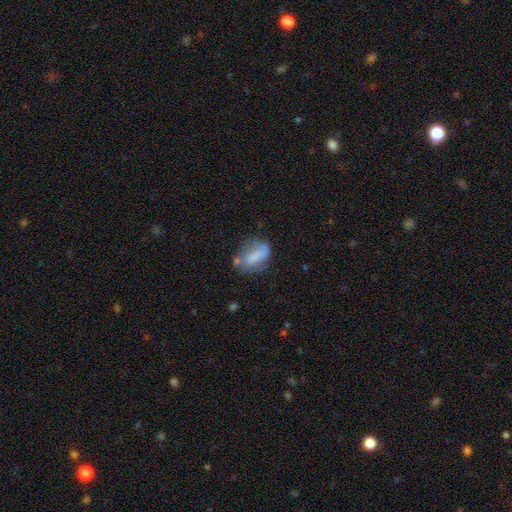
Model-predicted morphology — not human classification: Q: Smooth or featured?
A: smooth (56%); runner-up: featured or disk (35%)
Q: How rounded?
A: in between (78%); runner-up: round (13%)
Q: Merging?
A: none (45%); runner-up: minor disturbance (28%)